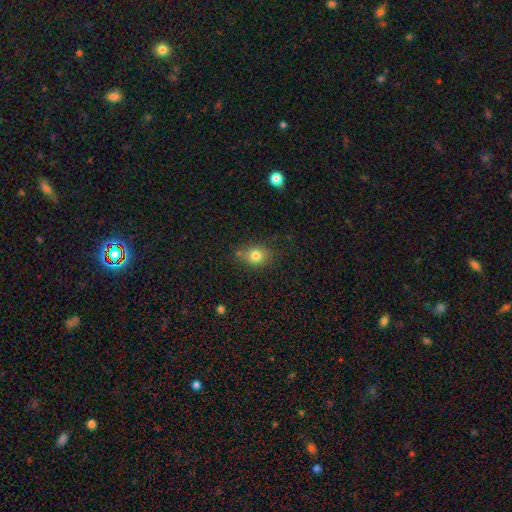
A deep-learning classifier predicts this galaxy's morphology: Smooth or featured? Predicted: smooth (p=0.79). How rounded? Predicted: round (p=0.55). Merging? Predicted: none (p=0.70).